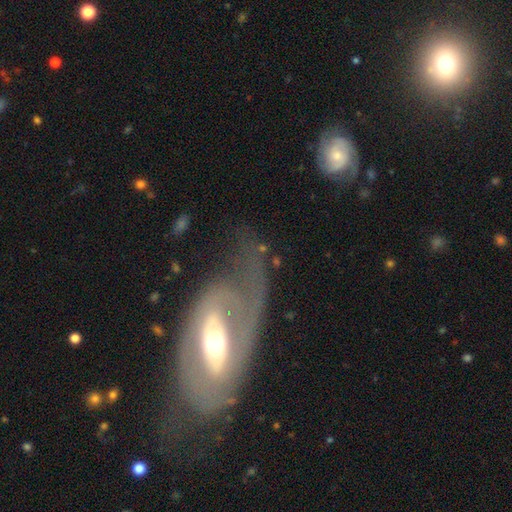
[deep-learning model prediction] The model was most divided on "bar": no: 39%, strong: 31%, weak: 30%. Remaining: edge-on disk — no (89%); smooth or featured — featured or disk (71%); bulge size — moderate (66%); spiral arms — yes (65%); merging — none (47%).